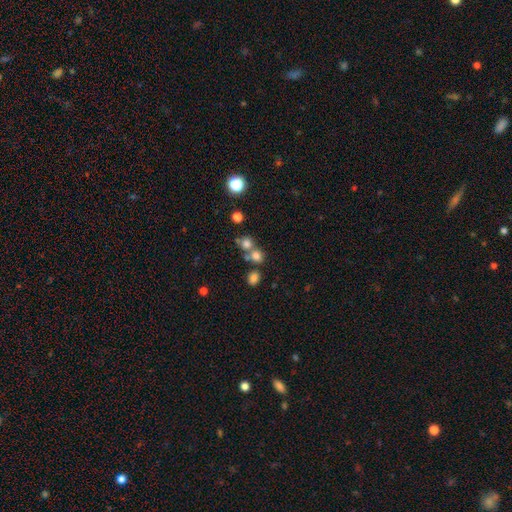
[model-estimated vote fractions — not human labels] Morphology: type=smooth (73%); roundness=round (80%); merging=none (50%).